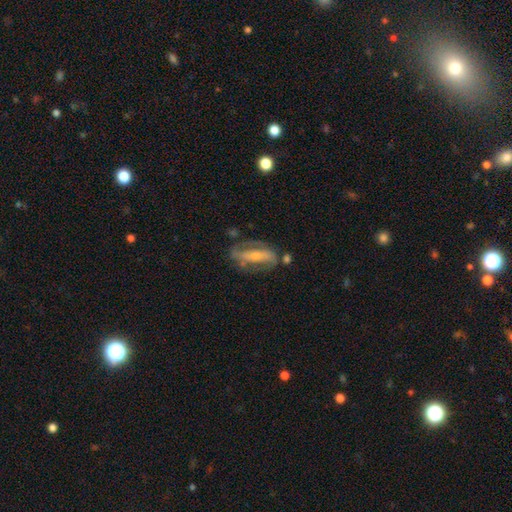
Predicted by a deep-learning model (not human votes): Smooth or featured? featured or disk (74%)
Edge-on disk? no (83%)
Bar? strong (54%)
Spiral arms? yes (76%)
Bulge size? small (56%)
Merging? none (60%)